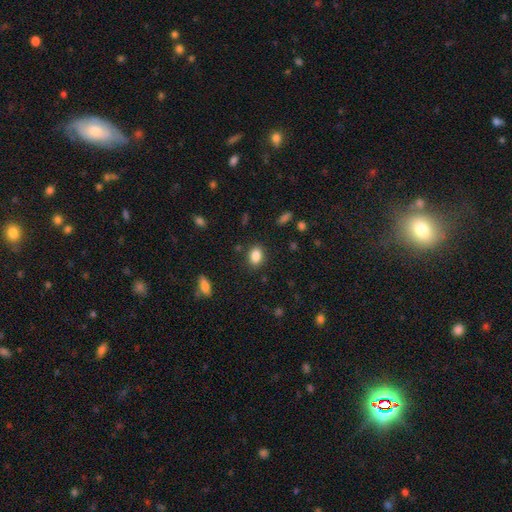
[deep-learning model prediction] This is clearly a smooth galaxy (86%). How rounded: likely in between (74%). Merging: clearly none (86%).